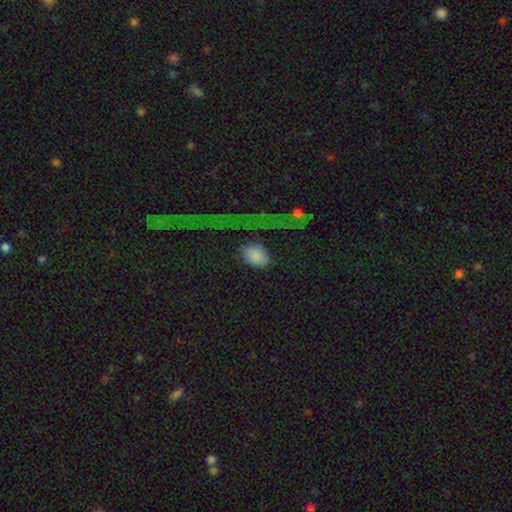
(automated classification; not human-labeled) A smooth galaxy with no disk features (81%) that is in between round and cigar-shaped (78%).

Vote fractions:
- Smooth or featured? smooth: 81% / star or artifact: 11% / featured or disk: 8%
- How rounded? in between: 78% / round: 20% / cigar-shaped: 2%
- Merging? none: 69% / minor disturbance: 18% / major disturbance: 9% / merger: 5%